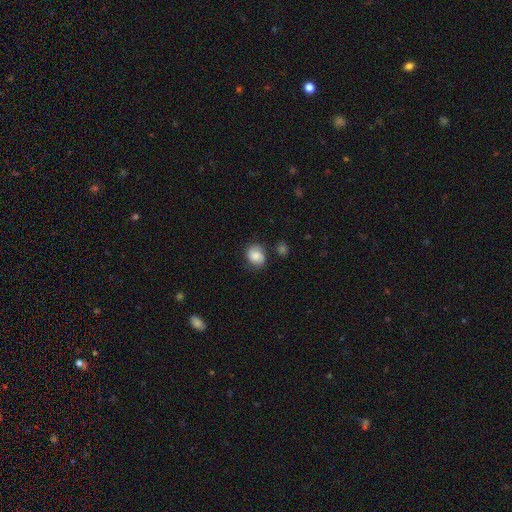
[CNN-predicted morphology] This appears to be a smooth galaxy with no disk features (74%) that is round (60%). Merging: none (66%).